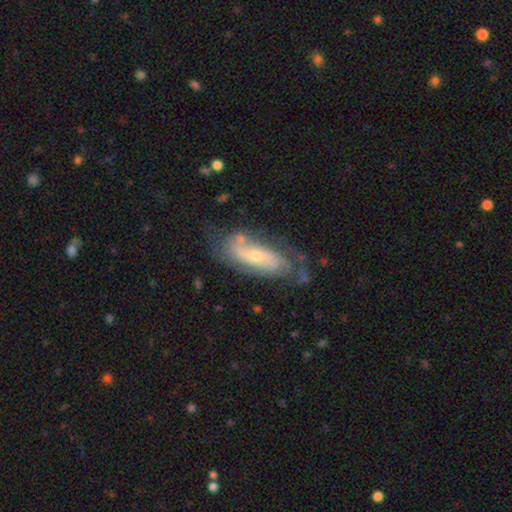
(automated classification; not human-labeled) A featured or disk galaxy (75%) with no bar (67%), 2 (46%) tight (48%) spiral arms (86%) and a small central bulge (62%).

Vote fractions:
- Smooth or featured? featured or disk: 75% / smooth: 19% / star or artifact: 6%
- Edge-on disk? no: 88% / yes: 12%
- Bar? no: 67% / weak: 24% / strong: 9%
- Spiral arms? yes: 86% / no: 14%
- Spiral winding? tight: 48% / medium: 35% / loose: 17%
- Spiral arm count? 2: 46% / can't tell: 35% / 3: 8% / 1: 5% / 4: 3% / more than 4: 2%
- Bulge size? small: 62% / moderate: 34% / large: 2% / none: 1% / dominant: 1%
- Merging? none: 57% / minor disturbance: 24% / major disturbance: 13% / merger: 5%